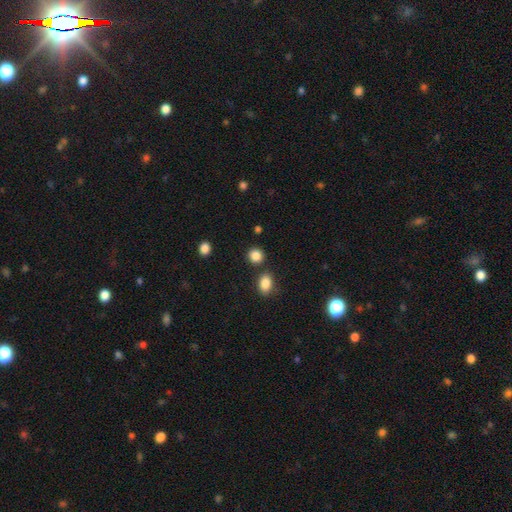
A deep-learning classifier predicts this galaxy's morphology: This appears to be a smooth galaxy with no disk features (86%) that is round (84%). Merging: none (81%).